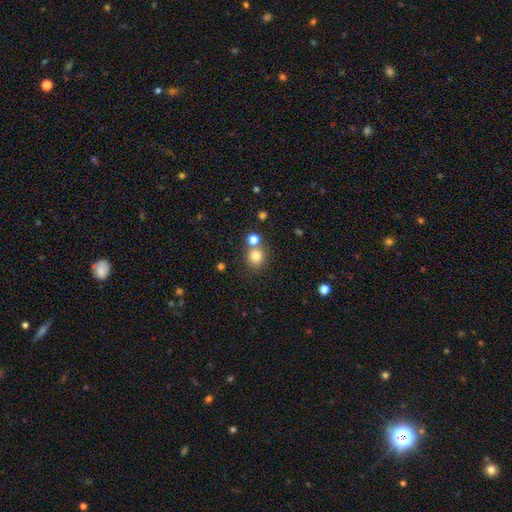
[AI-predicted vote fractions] Smooth or featured? Predicted: smooth (p=0.80). How rounded? Predicted: round (p=0.86). Merging? Predicted: none (p=0.66).